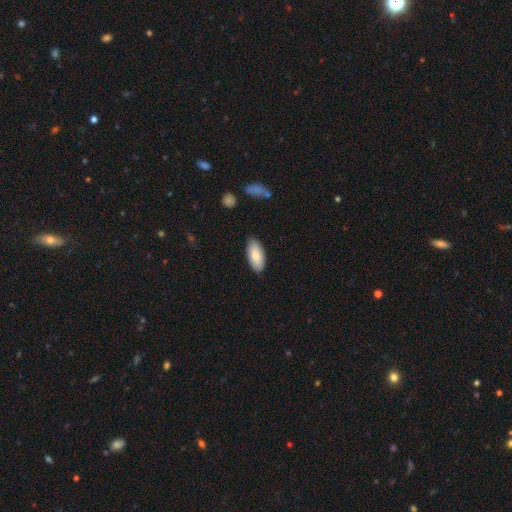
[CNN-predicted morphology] Smooth or featured? Predicted: smooth (p=0.82). How rounded? Predicted: in between (p=0.92). Merging? Predicted: none (p=0.84).